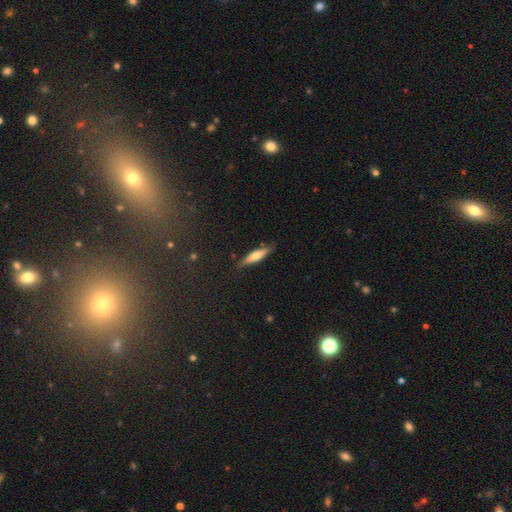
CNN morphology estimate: Smooth or featured? Predicted: smooth (p=0.53). How rounded? Predicted: cigar-shaped (p=0.75). Merging? Predicted: none (p=0.83).